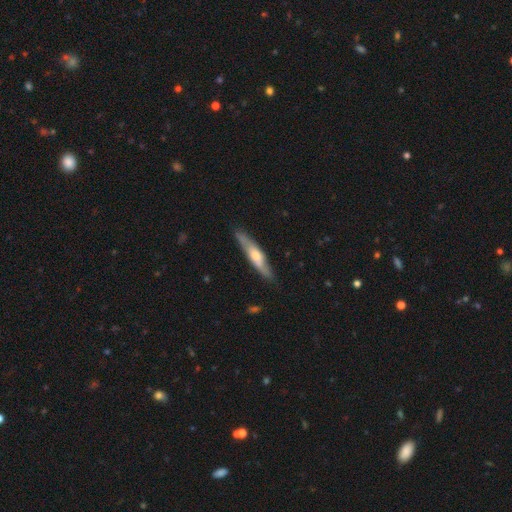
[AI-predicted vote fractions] Smooth or featured? featured or disk (54%)
Edge-on disk? yes (81%)
Merging? none (83%)